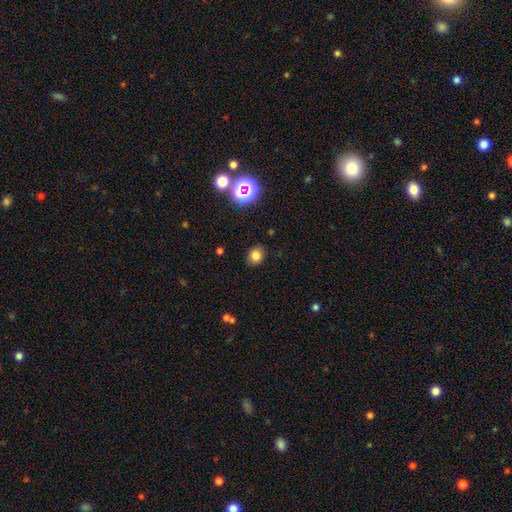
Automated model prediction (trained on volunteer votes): This appears to be a smooth galaxy with no disk features (78%) that is round (66%). Merging: none (88%).